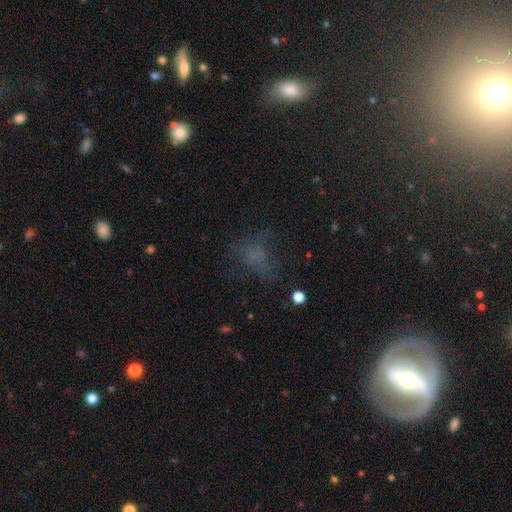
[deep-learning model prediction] This appears to be a smooth galaxy with no disk features (49%). Merging: none (46%).